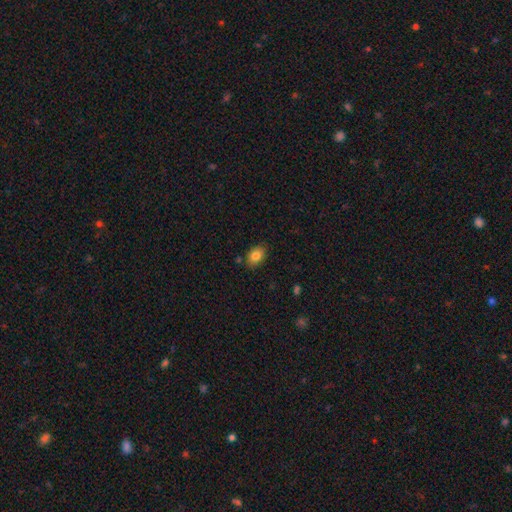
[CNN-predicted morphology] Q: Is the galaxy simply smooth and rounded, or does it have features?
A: smooth — 83%.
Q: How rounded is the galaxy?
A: in between — 80%.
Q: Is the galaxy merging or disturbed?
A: none — 83%.